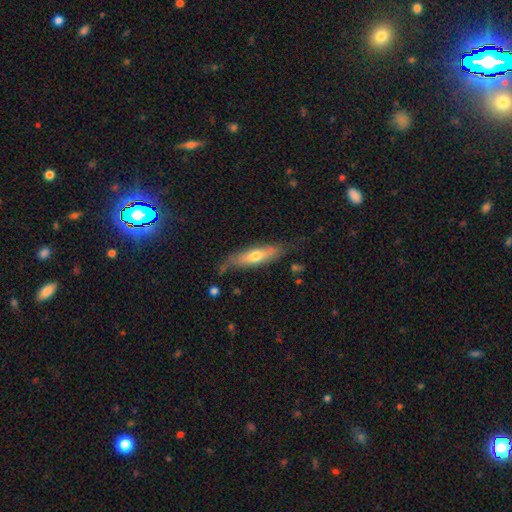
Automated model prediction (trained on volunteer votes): This is possibly a smooth galaxy (53%). How rounded: likely cigar-shaped (65%). Merging: likely none (64%).